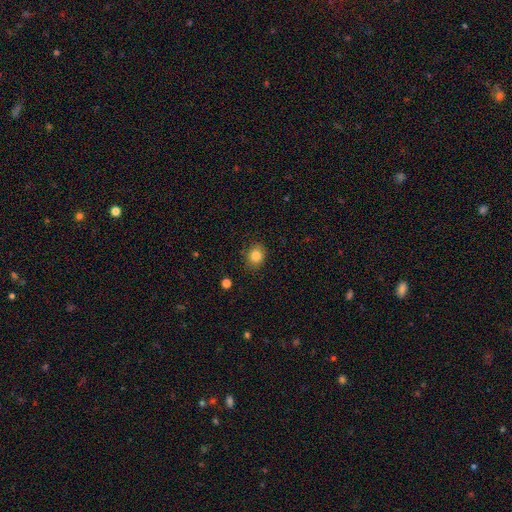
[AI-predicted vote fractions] smooth-or-featured: smooth: 85% | star or artifact: 10% | featured or disk: 5%
  how-rounded: round: 63% | in between: 36% | cigar-shaped: 1%
  merging: none: 85% | minor disturbance: 11% | major disturbance: 3% | merger: 1%